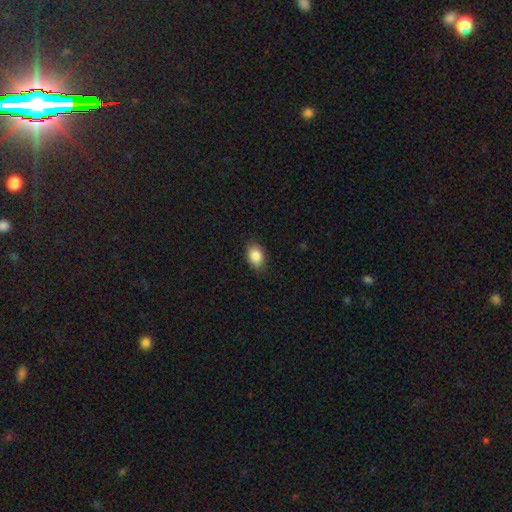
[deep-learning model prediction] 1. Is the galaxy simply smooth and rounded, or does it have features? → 87% smooth, 8% star or artifact, 5% featured or disk.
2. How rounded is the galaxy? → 80% in between, 19% round, 1% cigar-shaped.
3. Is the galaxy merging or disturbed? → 86% none, 11% minor disturbance, 2% major disturbance, 1% merger.